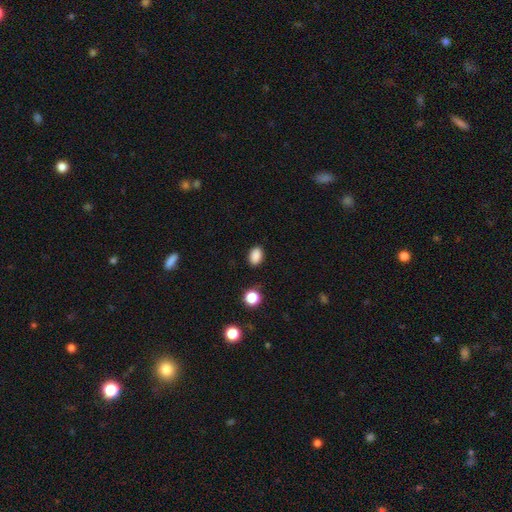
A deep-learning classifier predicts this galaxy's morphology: This is clearly a smooth galaxy (87%). How rounded: likely in between (79%). Merging: clearly none (85%).